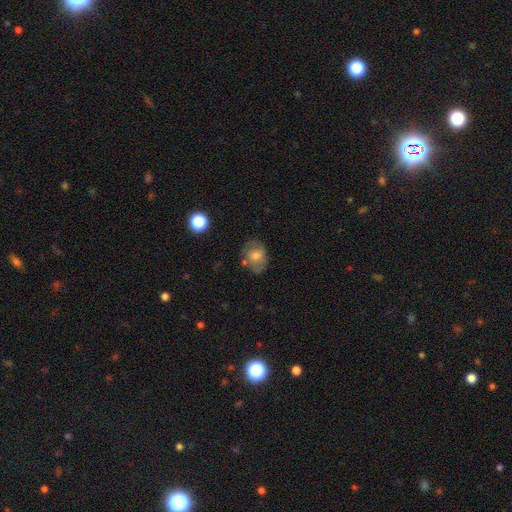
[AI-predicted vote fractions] Smooth or featured?
  - smooth: 66% *
  - featured or disk: 25%
  - star or artifact: 9%
How rounded?
  - in between: 57% *
  - round: 42%
  - cigar-shaped: 1%
Merging?
  - none: 62% *
  - minor disturbance: 24%
  - major disturbance: 8%
  - merger: 6%